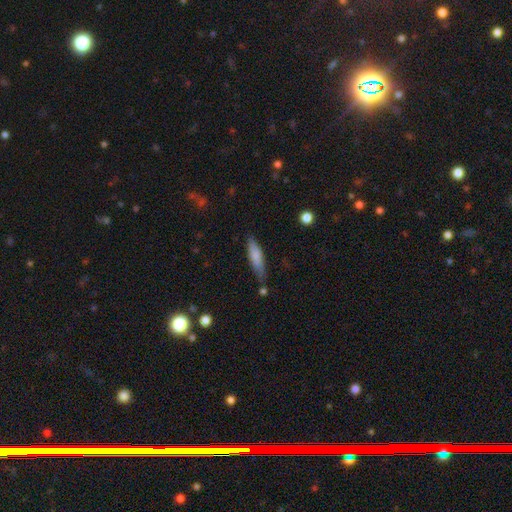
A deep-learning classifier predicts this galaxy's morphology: Overall: smooth (75%). How rounded: cigar-shaped (68%; in between 31%). Merging: none (70%).